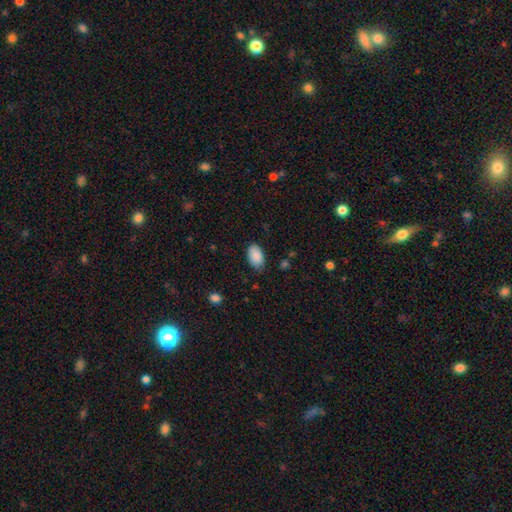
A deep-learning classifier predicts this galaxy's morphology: This appears to be a smooth galaxy with no disk features (90%) that is in between round and cigar-shaped (93%). Merging: none (78%).